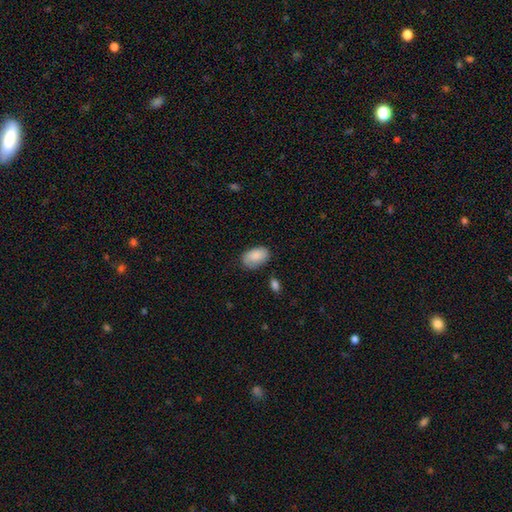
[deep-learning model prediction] A smooth galaxy with no disk features (86%) that is in between round and cigar-shaped (92%). Merging: none (75%).